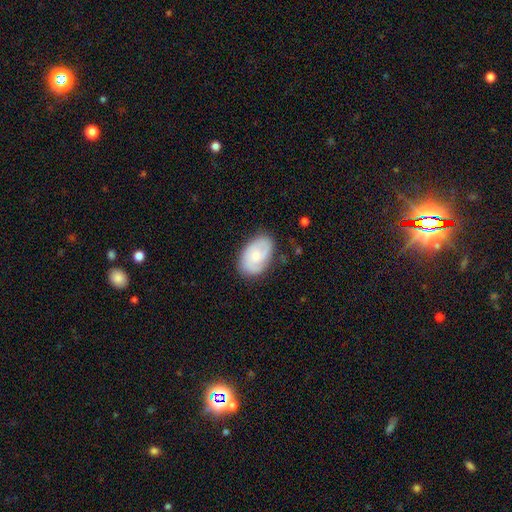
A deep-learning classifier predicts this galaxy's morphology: Q: Smooth or featured?
A: featured or disk (51%); runner-up: smooth (43%)
Q: Edge-on disk?
A: no (96%); runner-up: yes (4%)
Q: Merging?
A: none (75%); runner-up: minor disturbance (19%)